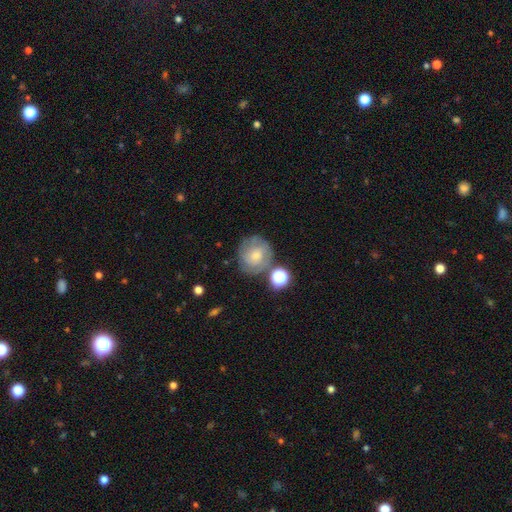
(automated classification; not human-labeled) Smooth or featured? featured or disk (49%)
Merging? none (64%)